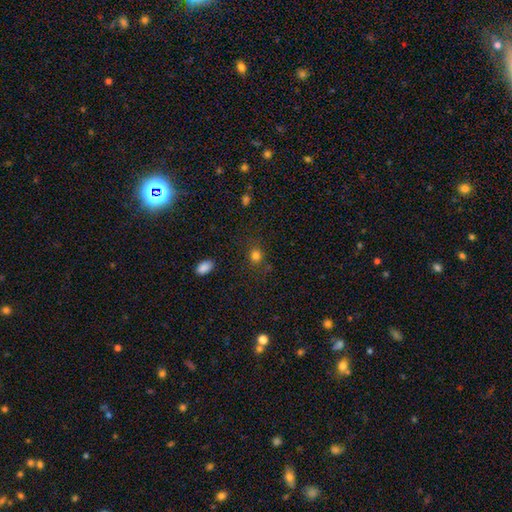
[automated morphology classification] smooth_or_featured: smooth (p=0.79) [alt: star or artifact p=0.16]
how_rounded: round (p=0.76) [alt: in between p=0.23]
merging: none (p=0.79) [alt: minor disturbance p=0.13]